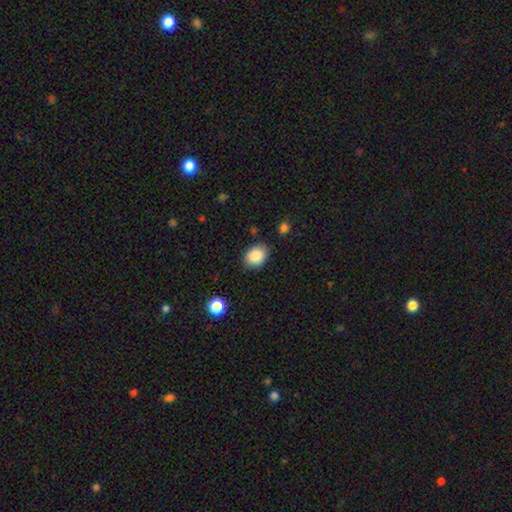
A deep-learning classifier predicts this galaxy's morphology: A smooth galaxy with no disk features (87%) that is in between round and cigar-shaped (68%). Merging: none (82%).